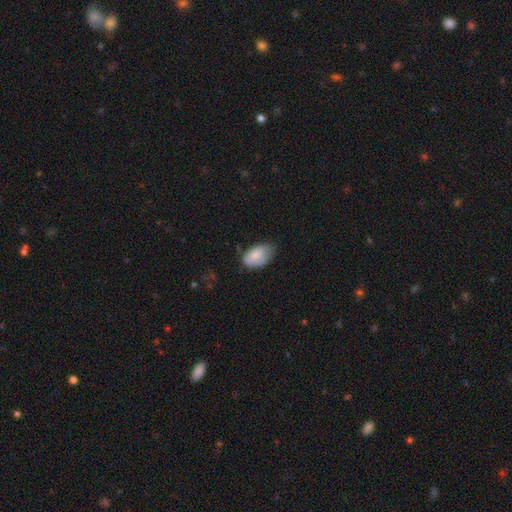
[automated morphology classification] smooth-or-featured: smooth: 76% | featured or disk: 17% | star or artifact: 7%
  how-rounded: in between: 91% | round: 8% | cigar-shaped: 1%
  merging: minor disturbance: 44% | none: 40% | major disturbance: 14% | merger: 2%